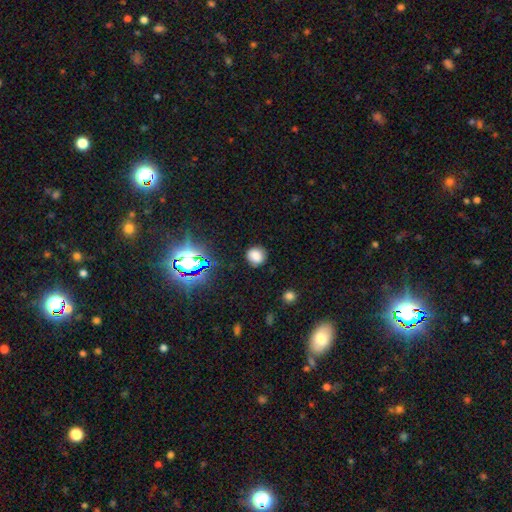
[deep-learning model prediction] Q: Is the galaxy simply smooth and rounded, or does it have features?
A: smooth — 78%.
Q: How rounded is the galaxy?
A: round — 84%.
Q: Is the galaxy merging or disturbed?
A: none — 84%.